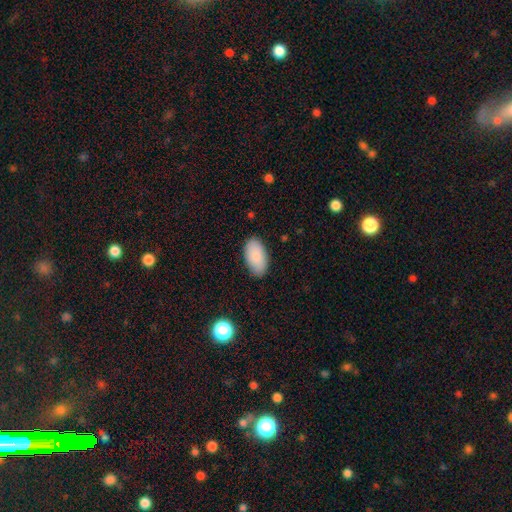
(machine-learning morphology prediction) smooth 86%, featured or disk 8%, star or artifact 6%. Down the decision tree: how rounded — in between (96%); merging — none (86%).